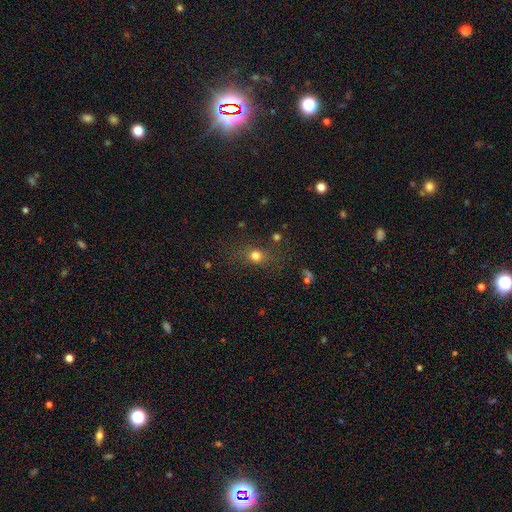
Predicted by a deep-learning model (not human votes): Q: Smooth or featured?
A: smooth (71%); runner-up: star or artifact (20%)
Q: How rounded?
A: round (69%); runner-up: in between (28%)
Q: Merging?
A: none (76%); runner-up: minor disturbance (13%)